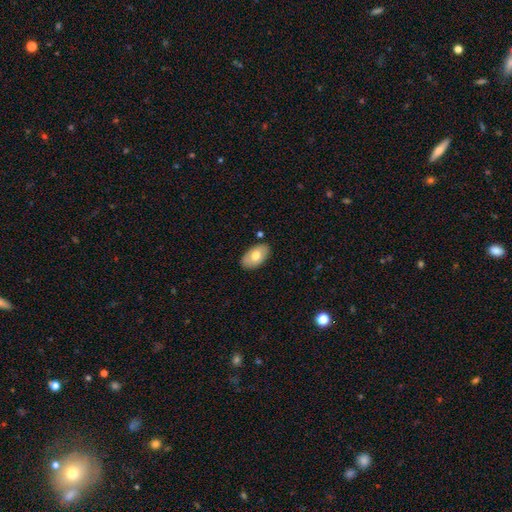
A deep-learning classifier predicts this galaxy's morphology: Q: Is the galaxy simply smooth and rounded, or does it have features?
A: smooth — 68%.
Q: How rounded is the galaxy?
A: in between — 94%.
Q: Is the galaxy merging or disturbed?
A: none — 85%.